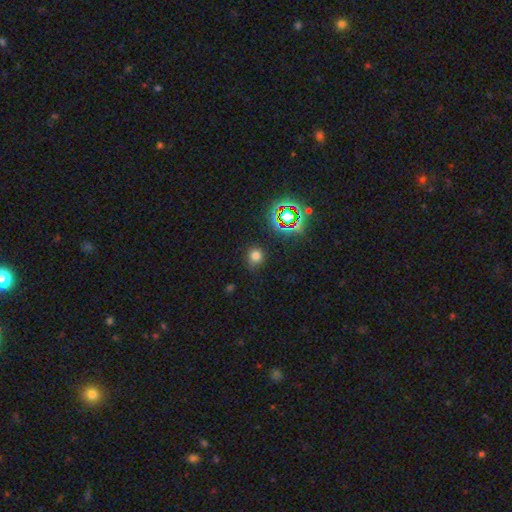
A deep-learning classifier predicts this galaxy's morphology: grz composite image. It shows a smooth galaxy with no disk features (72%) that is round (87%). Merging: none (81%).